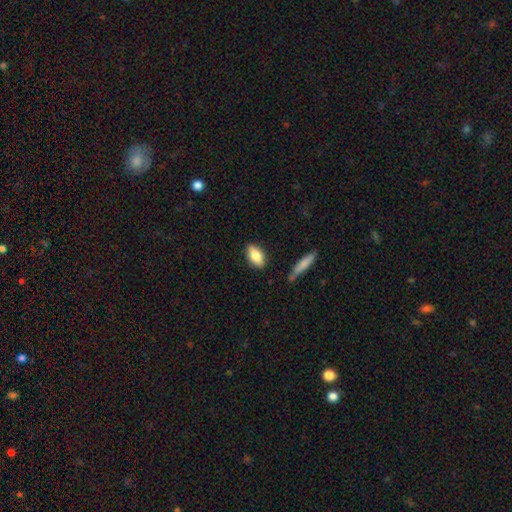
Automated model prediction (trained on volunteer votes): This appears to be a smooth galaxy with no disk features (76%) that is in between round and cigar-shaped (84%). Merging: none (84%).